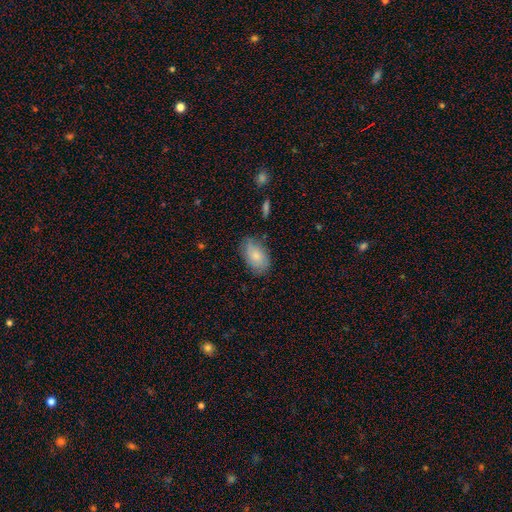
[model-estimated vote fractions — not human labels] smooth 80%, featured or disk 14%, star or artifact 7%. Down the decision tree: how rounded — in between (92%); merging — none (72%).